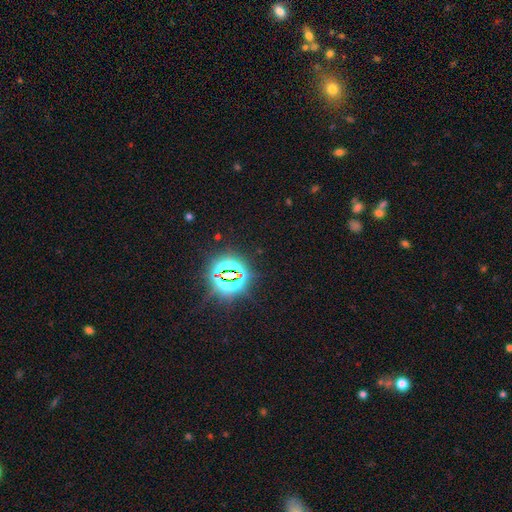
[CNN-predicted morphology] This is clearly a star or artifact rather than a galaxy (81%).